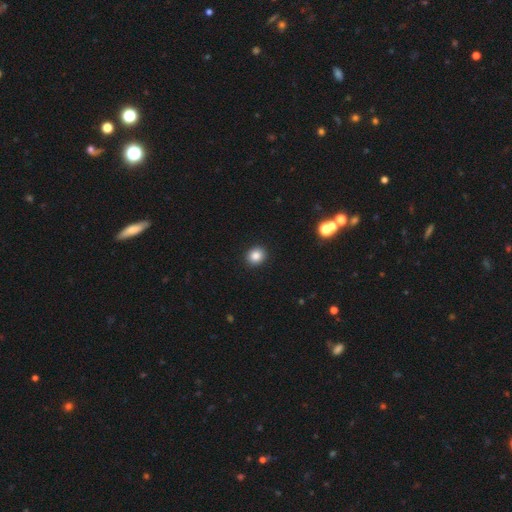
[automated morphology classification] Smooth or featured: smooth — 85% (star or artifact — 10%)
How rounded: round — 77% (in between — 22%)
Merging: none — 92% (minor disturbance — 5%)